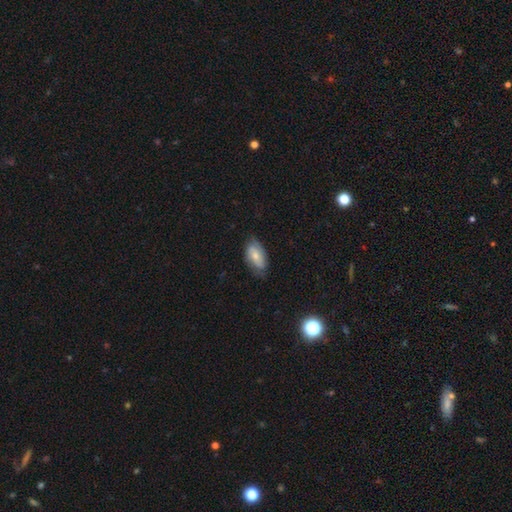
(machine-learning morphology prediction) A smooth galaxy with no disk features (60%) that is in between round and cigar-shaped (91%).

Vote fractions:
- Smooth or featured? smooth: 60% / featured or disk: 33% / star or artifact: 7%
- How rounded? in between: 91% / cigar-shaped: 5% / round: 4%
- Merging? none: 68% / minor disturbance: 25% / major disturbance: 6% / merger: 1%